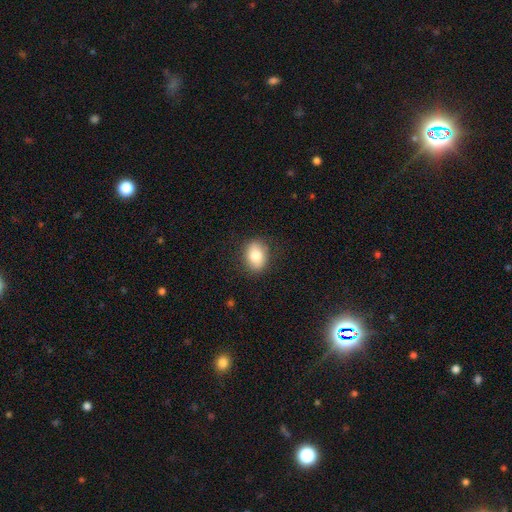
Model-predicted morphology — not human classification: Overall: smooth (81%). How rounded: in between (66%; round 33%). Merging: none (84%).